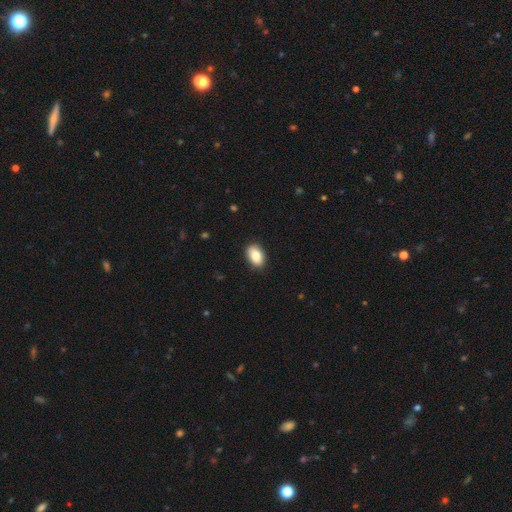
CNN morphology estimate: smooth-or-featured: smooth: 86% | featured or disk: 7% | star or artifact: 7%
  how-rounded: in between: 90% | round: 9% | cigar-shaped: 1%
  merging: none: 88% | minor disturbance: 9% | major disturbance: 2% | merger: 1%